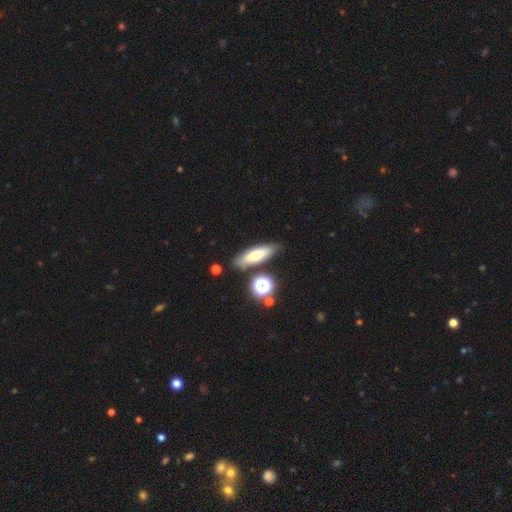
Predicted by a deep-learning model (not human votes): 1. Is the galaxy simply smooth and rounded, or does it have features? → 63% smooth, 27% featured or disk, 10% star or artifact.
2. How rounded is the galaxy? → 49% in between, 47% cigar-shaped, 4% round.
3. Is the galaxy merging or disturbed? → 79% none, 12% minor disturbance, 6% merger, 3% major disturbance.